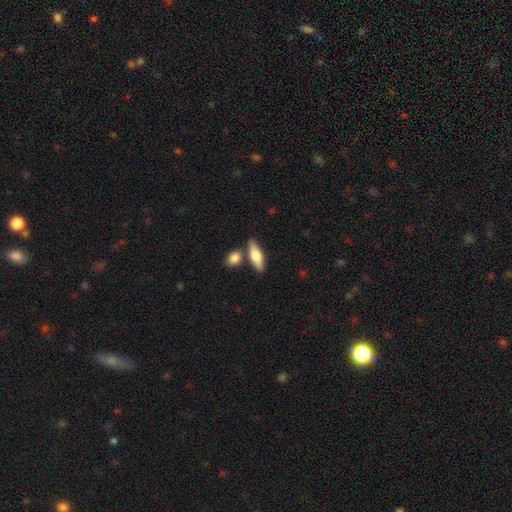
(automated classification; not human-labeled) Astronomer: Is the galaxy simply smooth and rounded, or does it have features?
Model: smooth — 62%.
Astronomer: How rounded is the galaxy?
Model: in between — 52% (runner-up: cigar-shaped, 45%).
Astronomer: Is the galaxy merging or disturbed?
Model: none — 71%.